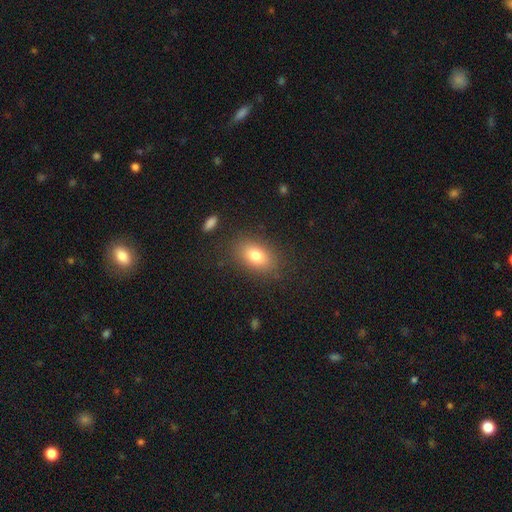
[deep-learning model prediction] smooth-or-featured: smooth: 78% | featured or disk: 12% | star or artifact: 10%
  how-rounded: in between: 84% | round: 13% | cigar-shaped: 2%
  merging: none: 84% | minor disturbance: 11% | major disturbance: 4% | merger: 2%